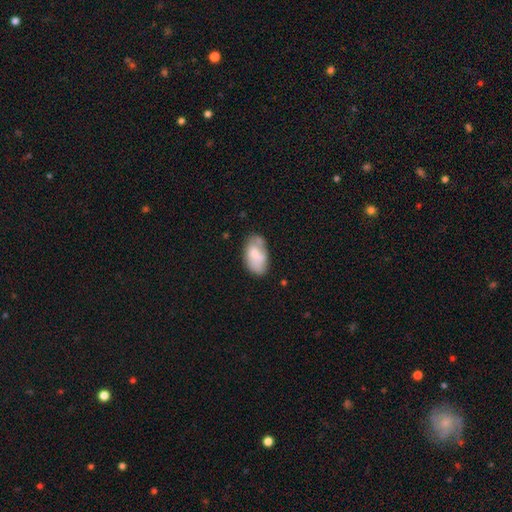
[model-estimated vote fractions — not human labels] Q: Smooth or featured?
A: smooth (66%); runner-up: featured or disk (27%)
Q: How rounded?
A: in between (94%); runner-up: round (5%)
Q: Merging?
A: none (54%); runner-up: minor disturbance (29%)